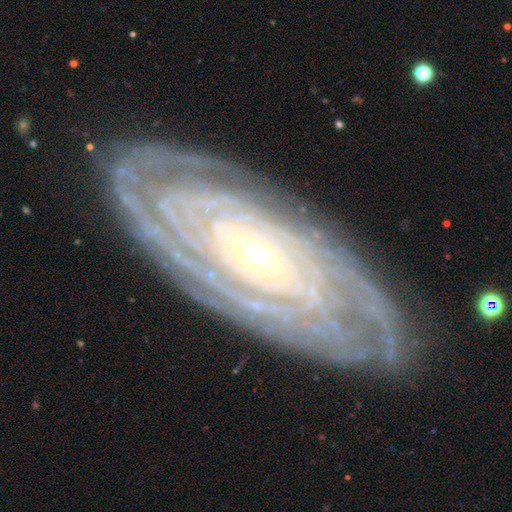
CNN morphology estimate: Smooth or featured?
  - featured or disk: 89% *
  - smooth: 6%
  - star or artifact: 5%
Edge-on disk?
  - no: 91% *
  - yes: 9%
Bar?
  - no: 68% *
  - weak: 20%
  - strong: 12%
Spiral arms?
  - yes: 96% *
  - no: 4%
Spiral winding?
  - tight: 87% *
  - medium: 11%
  - loose: 2%
Spiral arm count?
  - can't tell: 35% *
  - more than 4: 16%
  - 4: 15%
  - 2: 14%
  - 3: 13%
  - 1: 7%
Bulge size?
  - small: 73% *
  - moderate: 23%
  - large: 1%
  - none: 1%
  - dominant: 1%
Merging?
  - none: 84% *
  - minor disturbance: 12%
  - major disturbance: 3%
  - merger: 1%